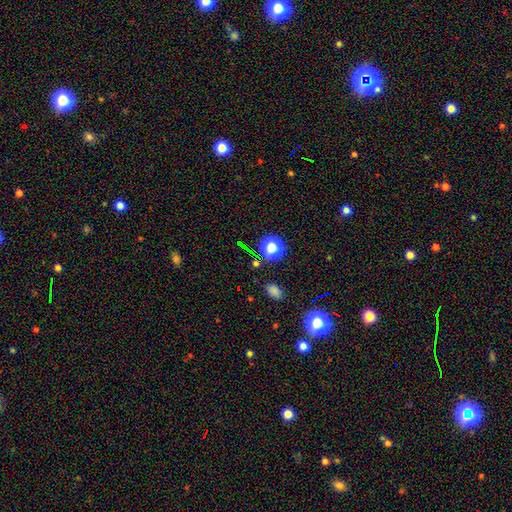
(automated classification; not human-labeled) Morphology: type=star or artifact (59%).